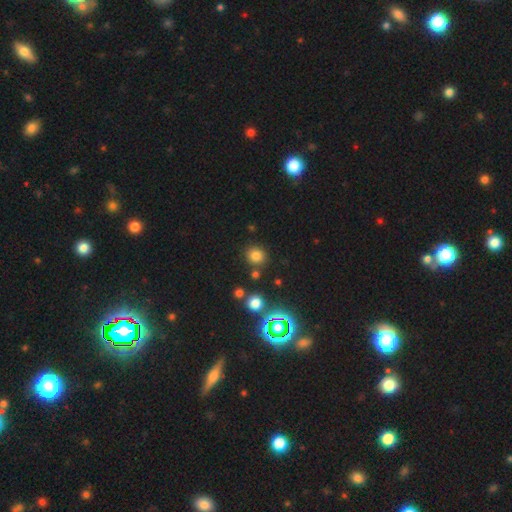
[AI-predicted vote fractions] Smooth or featured?
  - smooth: 74% *
  - star or artifact: 20%
  - featured or disk: 6%
How rounded?
  - round: 84% *
  - in between: 15%
  - cigar-shaped: 1%
Merging?
  - none: 83% *
  - minor disturbance: 8%
  - merger: 5%
  - major disturbance: 3%